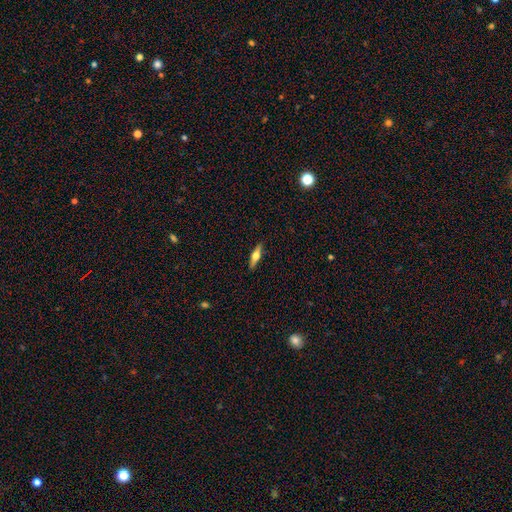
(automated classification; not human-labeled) A featured or disk galaxy (49%). Merging: none (90%).